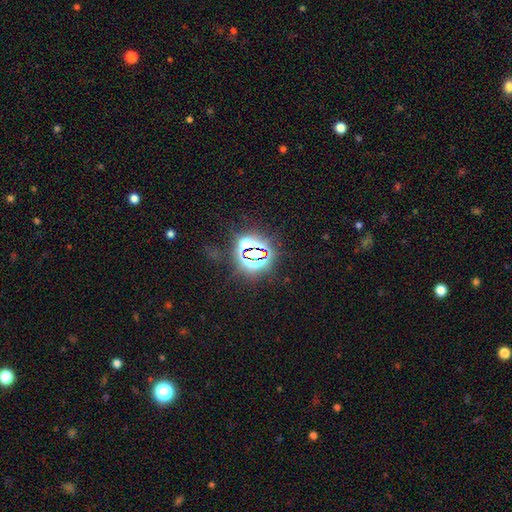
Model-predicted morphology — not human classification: Smooth or featured: star or artifact — 78% (smooth — 14%)